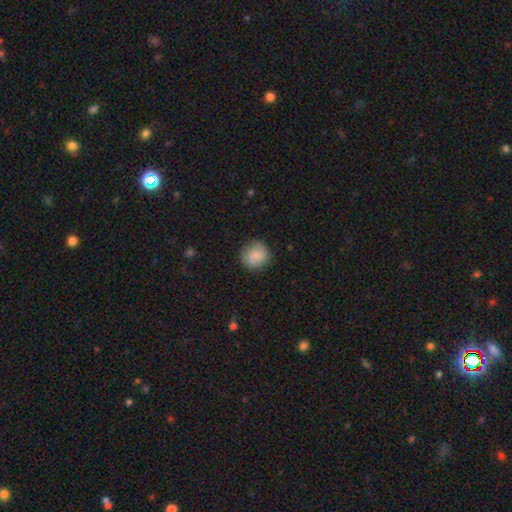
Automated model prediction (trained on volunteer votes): smooth-or-featured: smooth: 76% | featured or disk: 16% | star or artifact: 8%
  how-rounded: round: 92% | in between: 7% | cigar-shaped: 1%
  merging: none: 84% | minor disturbance: 11% | major disturbance: 3% | merger: 1%